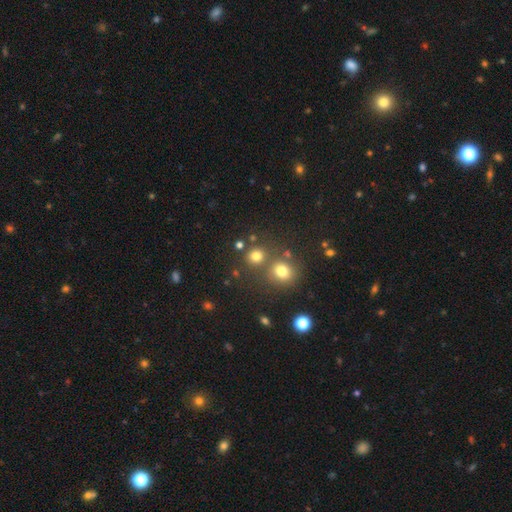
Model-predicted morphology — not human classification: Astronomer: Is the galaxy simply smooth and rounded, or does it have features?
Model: smooth — 70%.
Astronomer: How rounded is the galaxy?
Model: round — 85%.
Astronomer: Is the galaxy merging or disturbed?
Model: none — 68%.